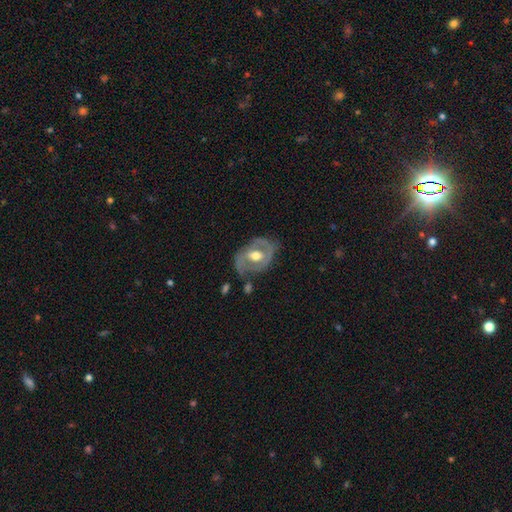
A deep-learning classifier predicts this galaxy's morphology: This is likely a featured or disk galaxy (75%). It is clearly not viewed edge-on (95%). Bar: possibly no (45%). Spiral arm pattern: likely yes (65%). Central bulge: likely moderate (73%). Merging: likely none (66%).